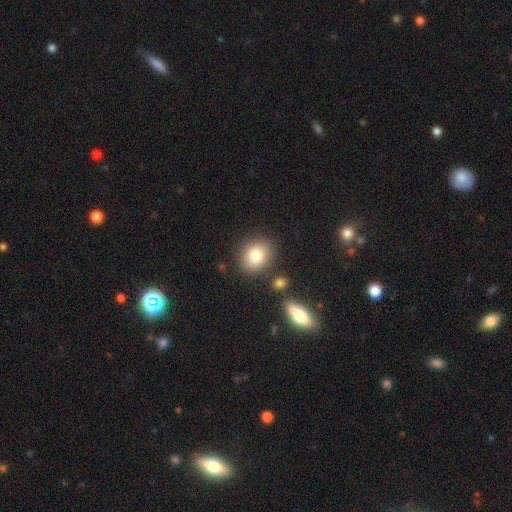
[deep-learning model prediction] smooth_or_featured: smooth (p=0.82) [alt: featured or disk p=0.09]
how_rounded: round (p=0.58) [alt: in between p=0.40]
merging: none (p=0.79) [alt: minor disturbance p=0.10]